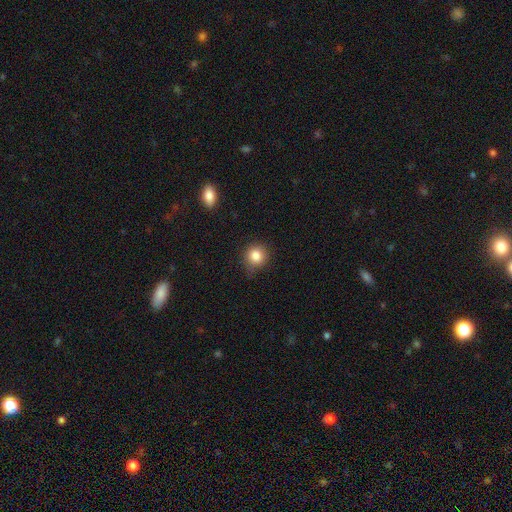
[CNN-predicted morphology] This appears to be a smooth galaxy with no disk features (84%) that is round (88%). Merging: none (78%).